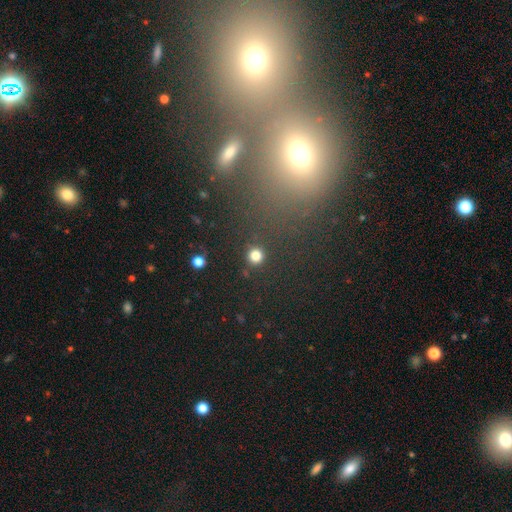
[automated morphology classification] A smooth galaxy with no disk features (82%) that is round (94%). Merging: none (90%).